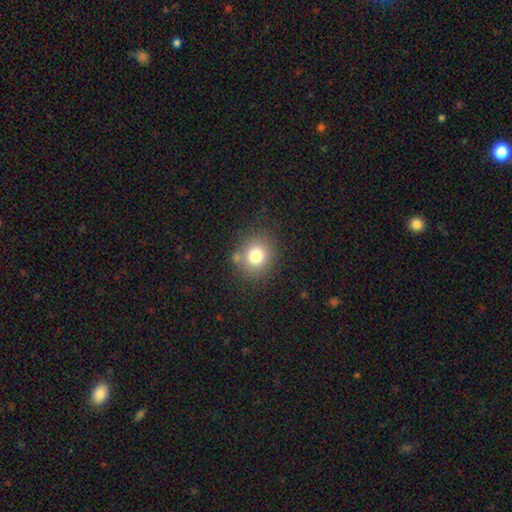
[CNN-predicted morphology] Smooth or featured: smooth — 77% (star or artifact — 13%)
How rounded: round — 85% (in between — 14%)
Merging: none — 78% (minor disturbance — 11%)